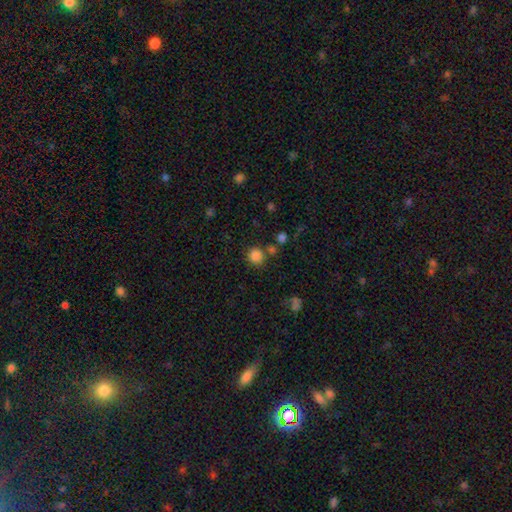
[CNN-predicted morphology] This appears to be a smooth galaxy with no disk features (84%) that is round (90%). Merging: none (77%).